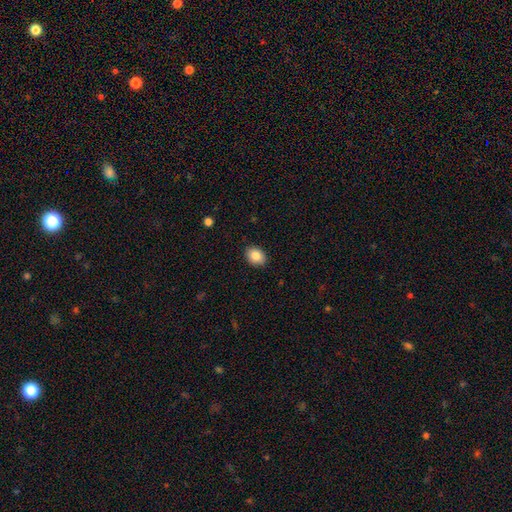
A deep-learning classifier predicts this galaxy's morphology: Smooth or featured? smooth (85%)
How rounded? in between (63%)
Merging? none (89%)